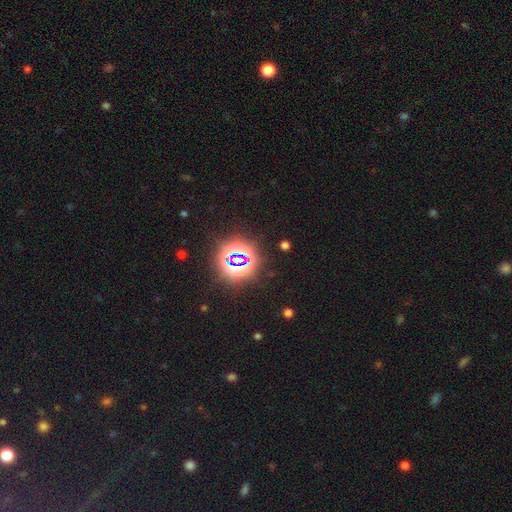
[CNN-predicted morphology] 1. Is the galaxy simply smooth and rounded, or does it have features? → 78% star or artifact, 14% smooth, 8% featured or disk.